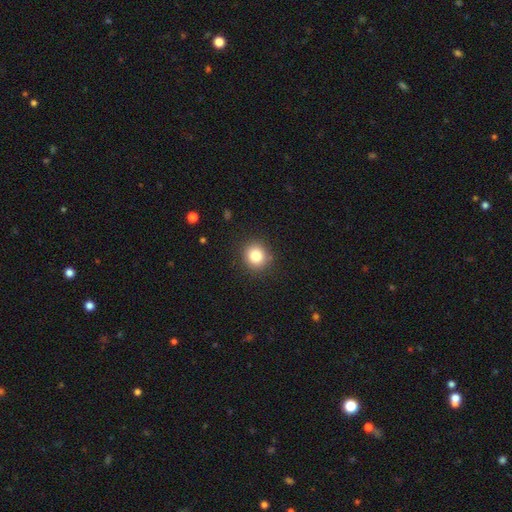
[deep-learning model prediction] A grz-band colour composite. It shows a smooth galaxy with no disk features (83%) that is round (84%). Merging: none (88%).